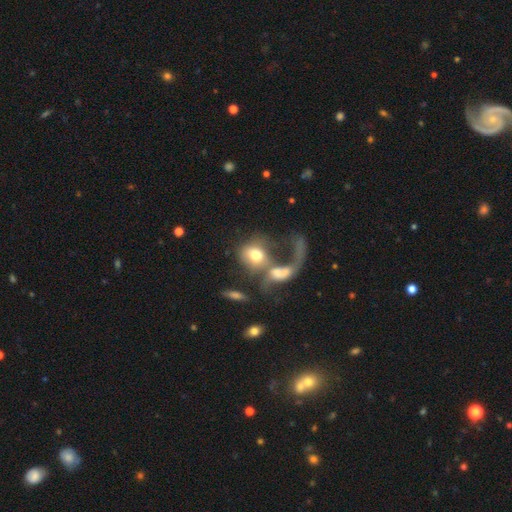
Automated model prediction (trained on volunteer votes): Smooth or featured? Predicted: smooth (p=0.55). How rounded? Predicted: in between (p=0.52). Merging? Predicted: merger (p=0.60).